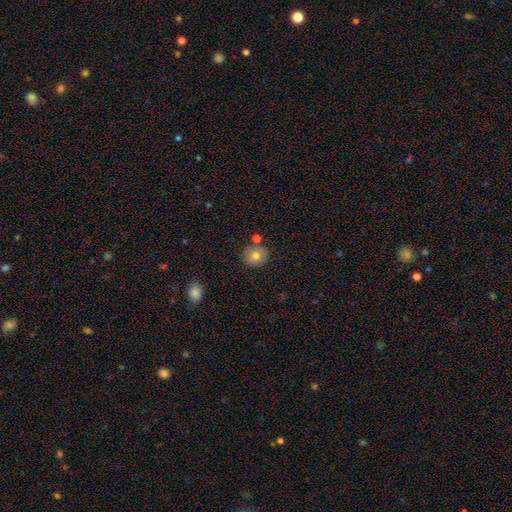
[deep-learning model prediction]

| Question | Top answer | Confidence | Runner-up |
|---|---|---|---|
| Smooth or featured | smooth | 76% | featured or disk (14%) |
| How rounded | round | 78% | in between (21%) |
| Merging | none | 78% | minor disturbance (11%) |